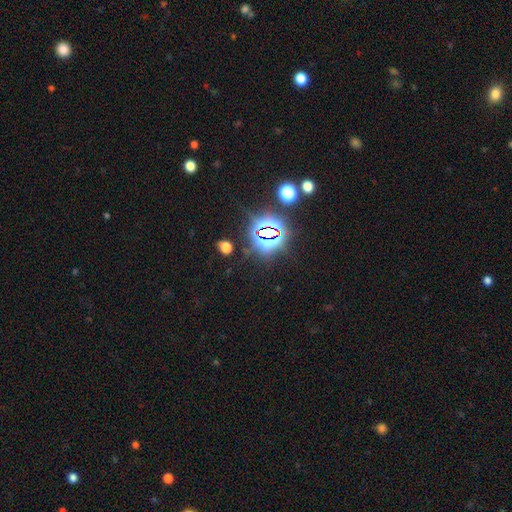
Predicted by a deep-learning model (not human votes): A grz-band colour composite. It shows a star or artifact, not a galaxy (83%).